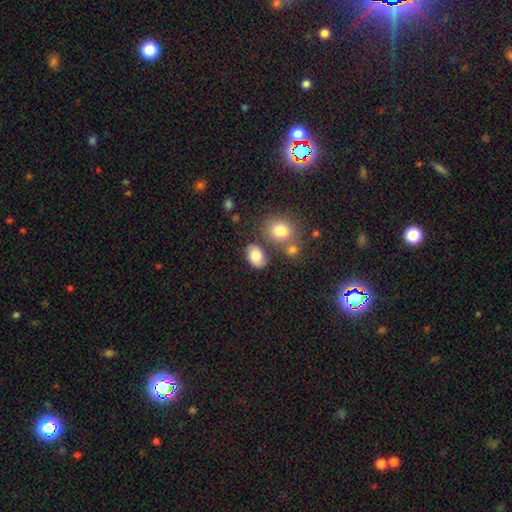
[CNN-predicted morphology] smooth 78%, featured or disk 14%, star or artifact 8%. Down the decision tree: how rounded — in between (83%); merging — none (67%).